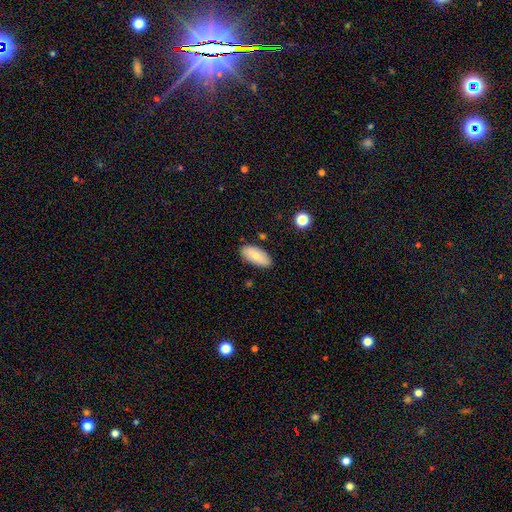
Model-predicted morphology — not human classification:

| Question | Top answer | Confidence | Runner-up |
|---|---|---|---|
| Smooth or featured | smooth | 74% | featured or disk (20%) |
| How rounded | in between | 91% | cigar-shaped (7%) |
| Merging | none | 84% | minor disturbance (12%) |